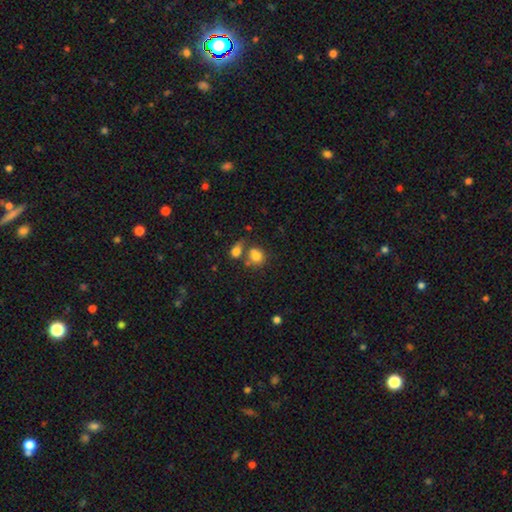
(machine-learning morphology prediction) smooth 80%, star or artifact 11%, featured or disk 9%. Down the decision tree: how rounded — round (53%); merging — none (45%).